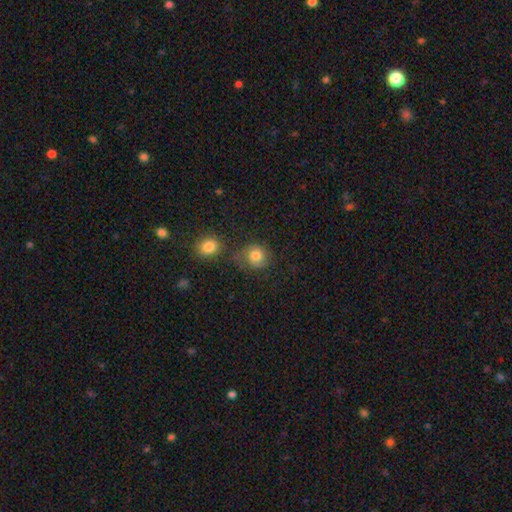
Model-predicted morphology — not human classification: The model was most divided on "merging": none: 61%, minor disturbance: 18%, merger: 13%, major disturbance: 8%. More confident: how rounded — round (83%); smooth or featured — smooth (80%).